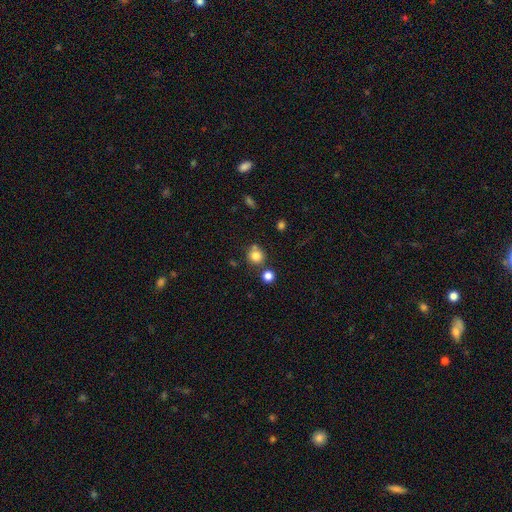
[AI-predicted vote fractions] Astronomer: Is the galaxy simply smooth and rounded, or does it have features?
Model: smooth — 81%.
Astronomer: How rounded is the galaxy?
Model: round — 89%.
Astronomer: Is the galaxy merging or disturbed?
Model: none — 69%.